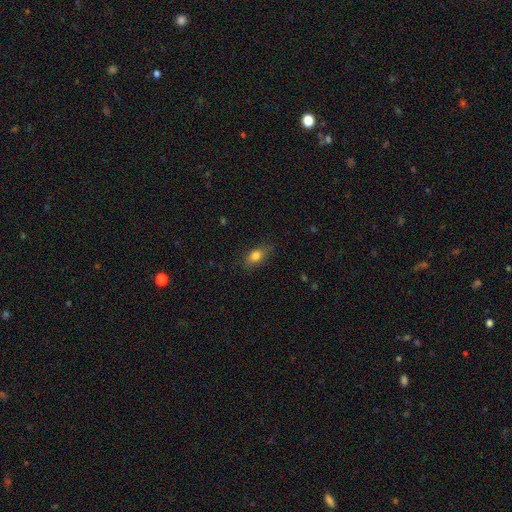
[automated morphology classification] Overall: smooth (78%). How rounded: in between (77%). Merging: none (80%).